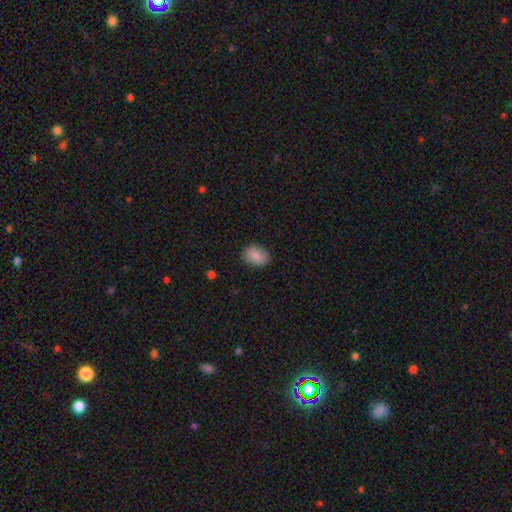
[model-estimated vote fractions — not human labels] Smooth or featured? Predicted: smooth (p=0.83). How rounded? Predicted: in between (p=0.72). Merging? Predicted: none (p=0.85).